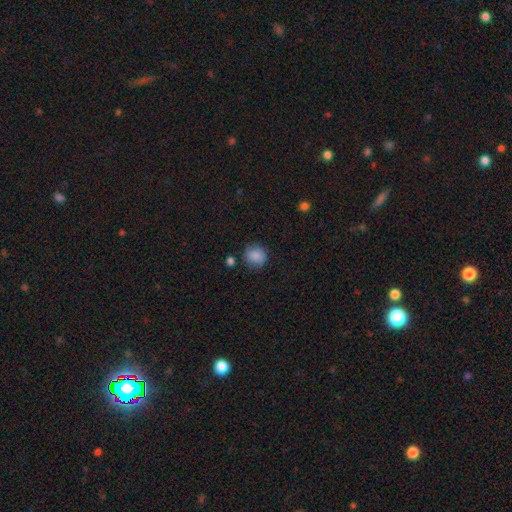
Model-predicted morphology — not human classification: Smooth or featured?
  - smooth: 86% *
  - star or artifact: 9%
  - featured or disk: 6%
How rounded?
  - round: 81% *
  - in between: 18%
  - cigar-shaped: 1%
Merging?
  - none: 76% *
  - minor disturbance: 16%
  - major disturbance: 4%
  - merger: 3%